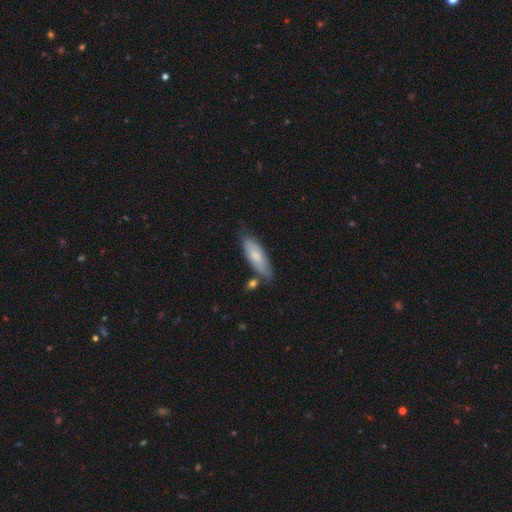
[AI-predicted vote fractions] smooth-or-featured: smooth: 72% | featured or disk: 23% | star or artifact: 6%
  how-rounded: in between: 58% | cigar-shaped: 40% | round: 2%
  merging: none: 70% | minor disturbance: 20% | merger: 6% | major disturbance: 4%